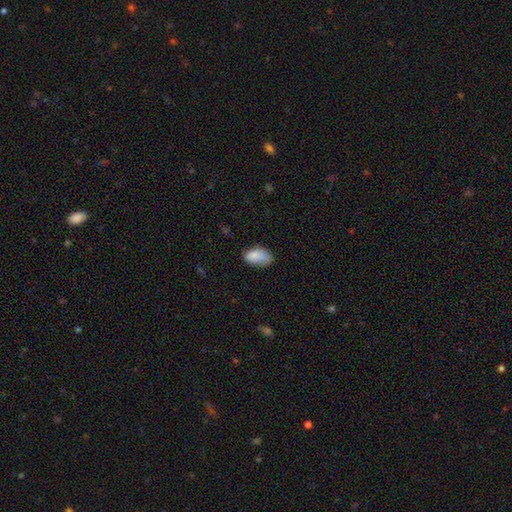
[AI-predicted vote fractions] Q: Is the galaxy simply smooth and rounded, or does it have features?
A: smooth — 84%.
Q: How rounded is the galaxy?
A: in between — 93%.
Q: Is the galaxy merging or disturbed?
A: none — 58%.